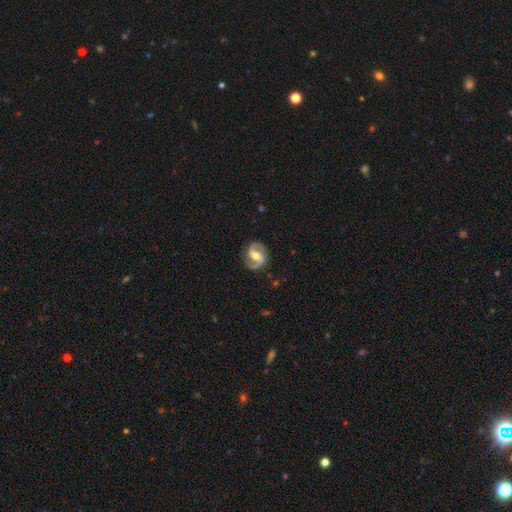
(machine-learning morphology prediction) The model was most divided on "bar": weak: 41%, strong: 37%, no: 21%. More confident: edge-on disk — no (98%); spiral arms — yes (96%); spiral arm count — 2 (93%); smooth or featured — featured or disk (88%); merging — none (86%); bulge size — moderate (67%); spiral winding — medium (55%).